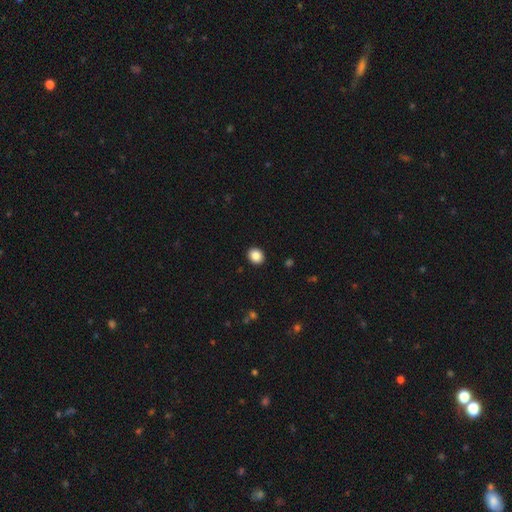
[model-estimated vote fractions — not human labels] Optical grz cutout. It shows a smooth galaxy with no disk features (87%) that is round (69%). Merging: none (92%).